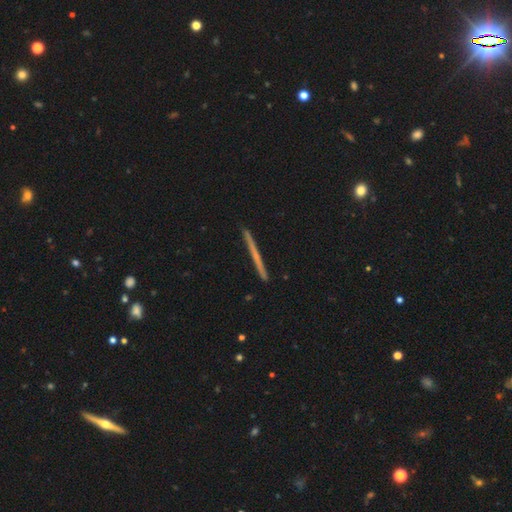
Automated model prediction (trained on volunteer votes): Smooth or featured?
  - featured or disk: 55% *
  - smooth: 39%
  - star or artifact: 6%
Edge-on disk?
  - yes: 98% *
  - no: 2%
Edge-on bulge?
  - none: 86% *
  - rounded: 10%
  - boxy: 3%
Merging?
  - none: 92% *
  - minor disturbance: 6%
  - merger: 1%
  - major disturbance: 1%